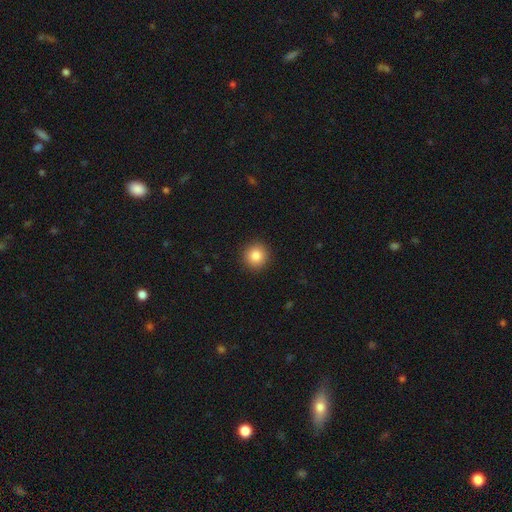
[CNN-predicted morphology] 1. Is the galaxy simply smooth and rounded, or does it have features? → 85% smooth, 10% star or artifact, 5% featured or disk.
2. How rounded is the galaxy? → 94% round, 5% in between, 1% cigar-shaped.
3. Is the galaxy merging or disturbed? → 92% none, 5% minor disturbance, 2% major disturbance, 1% merger.